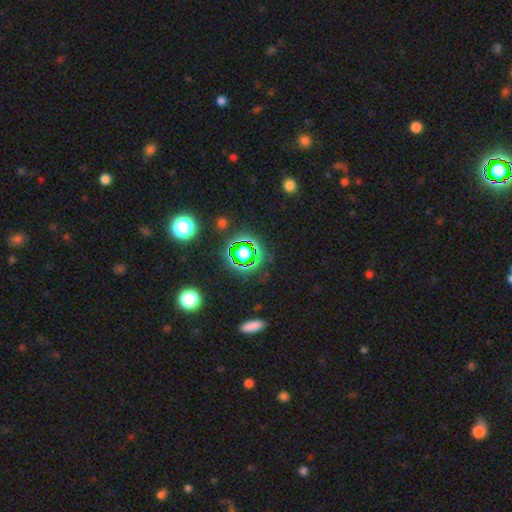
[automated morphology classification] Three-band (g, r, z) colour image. It shows a star or artifact, not a galaxy (74%).